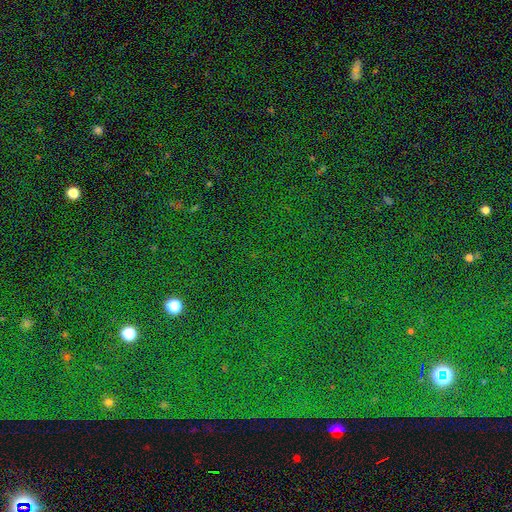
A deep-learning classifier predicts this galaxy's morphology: smooth-or-featured: star or artifact: 83% | smooth: 9% | featured or disk: 8%